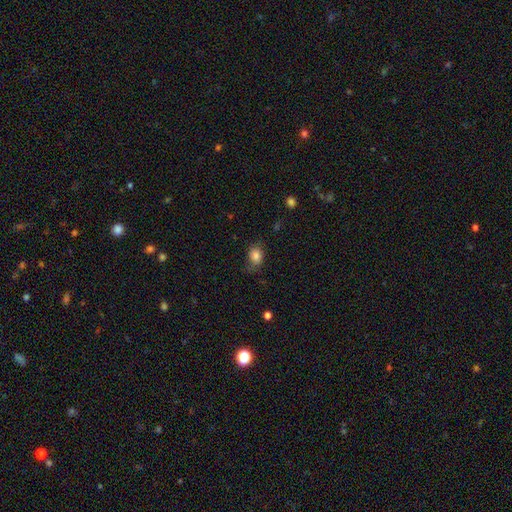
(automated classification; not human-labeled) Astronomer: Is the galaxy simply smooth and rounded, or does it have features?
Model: smooth — 83%.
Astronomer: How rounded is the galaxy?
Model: in between — 62%.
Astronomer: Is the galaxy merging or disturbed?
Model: none — 61%.